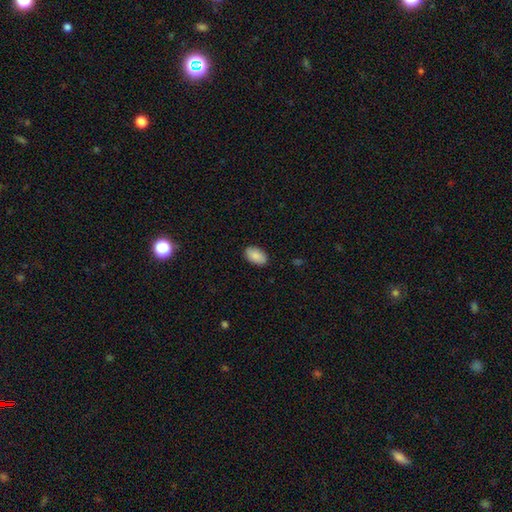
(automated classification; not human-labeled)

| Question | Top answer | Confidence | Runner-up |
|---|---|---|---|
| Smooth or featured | smooth | 88% | star or artifact (7%) |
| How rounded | in between | 93% | round (5%) |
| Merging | none | 88% | minor disturbance (9%) |